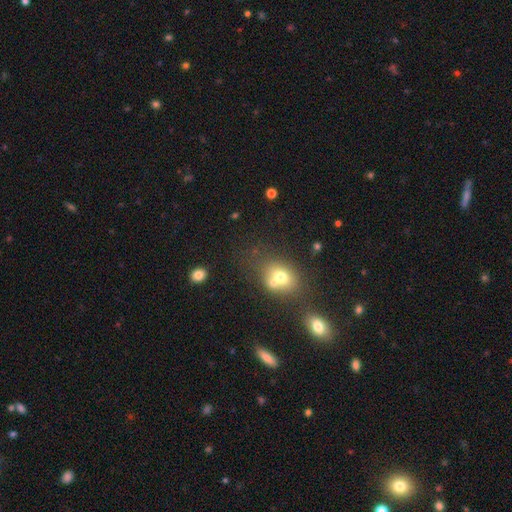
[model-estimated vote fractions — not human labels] The model was most divided on "how rounded": round: 56%, in between: 41%, cigar-shaped: 3%. More confident: smooth or featured — smooth (60%); merging — none (52%).